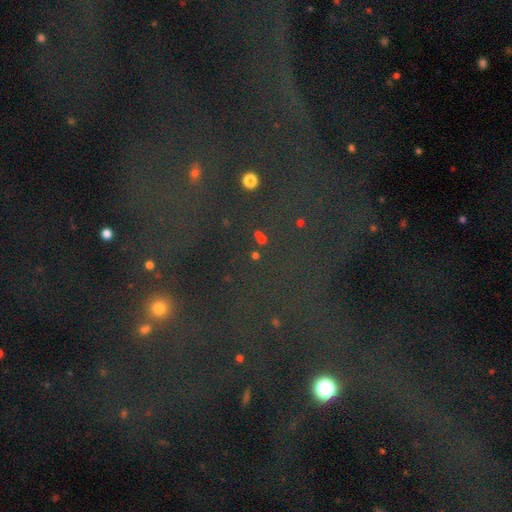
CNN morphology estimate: star or artifact 62%, smooth 28%, featured or disk 10%.